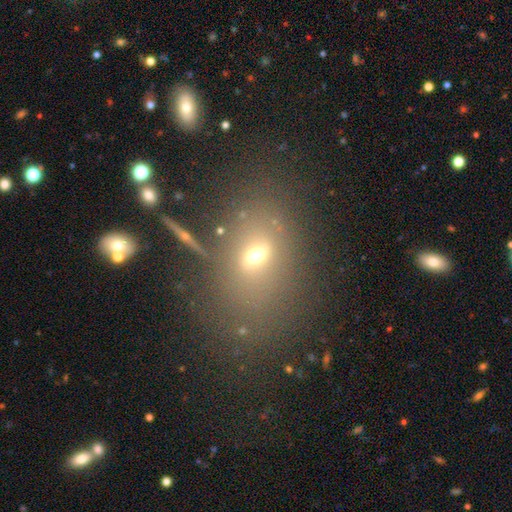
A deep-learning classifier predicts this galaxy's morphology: Smooth or featured? Predicted: smooth (p=0.52). How rounded? Predicted: in between (p=0.78). Merging? Predicted: none (p=0.66).